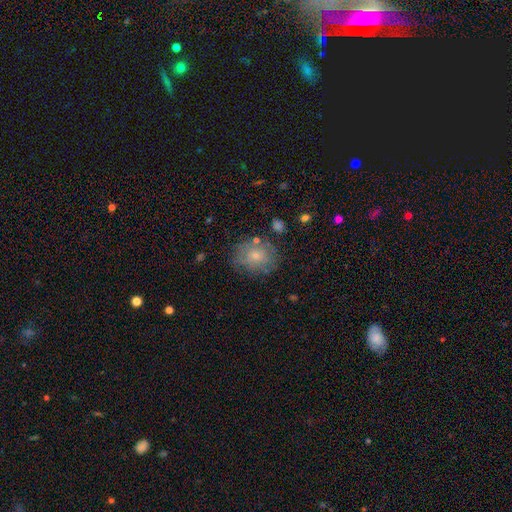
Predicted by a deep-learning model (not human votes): Morphology: type=smooth (61%); roundness=round (67%); merging=none (68%).